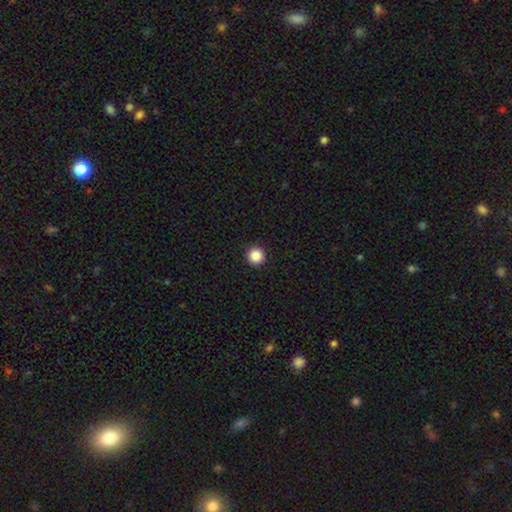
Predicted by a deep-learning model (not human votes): A smooth galaxy with no disk features (88%) that is round (96%).

Vote fractions:
- Smooth or featured? smooth: 88% / star or artifact: 10% / featured or disk: 3%
- How rounded? round: 96% / in between: 3% / cigar-shaped: 1%
- Merging? none: 93% / minor disturbance: 4% / major disturbance: 1% / merger: 1%